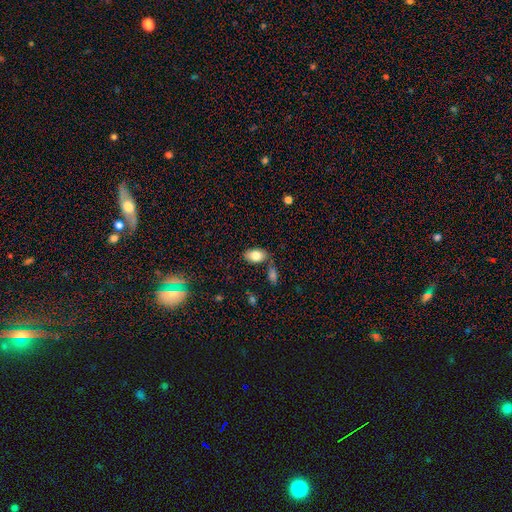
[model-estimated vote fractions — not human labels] This appears to be a smooth galaxy with no disk features (81%) that is in between round and cigar-shaped (92%). Merging: none (73%).